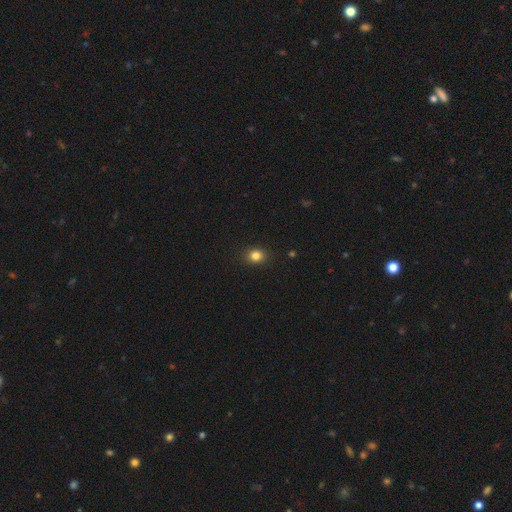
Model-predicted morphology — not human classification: Q: Smooth or featured?
A: smooth (83%); runner-up: star or artifact (12%)
Q: How rounded?
A: round (64%); runner-up: in between (35%)
Q: Merging?
A: none (89%); runner-up: minor disturbance (8%)